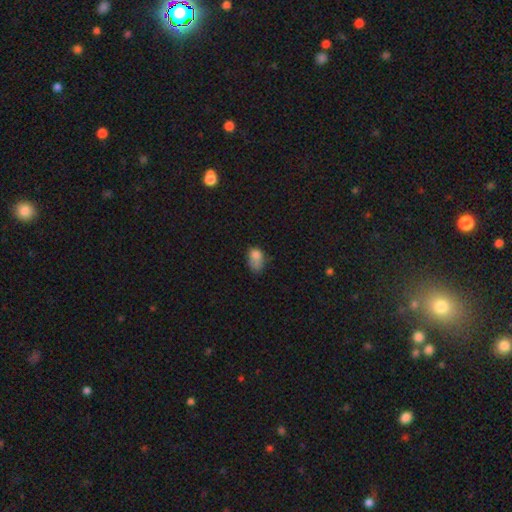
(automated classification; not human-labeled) This appears to be a smooth galaxy with no disk features (73%) that is in between round and cigar-shaped (75%). Merging: minor disturbance (29%).